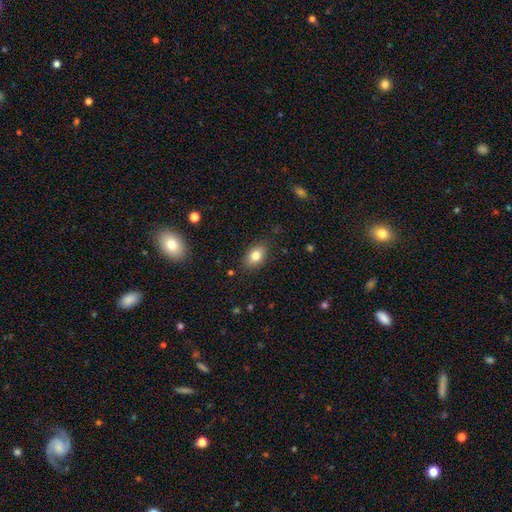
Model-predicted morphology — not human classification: Smooth or featured? smooth (80%)
How rounded? in between (86%)
Merging? none (83%)